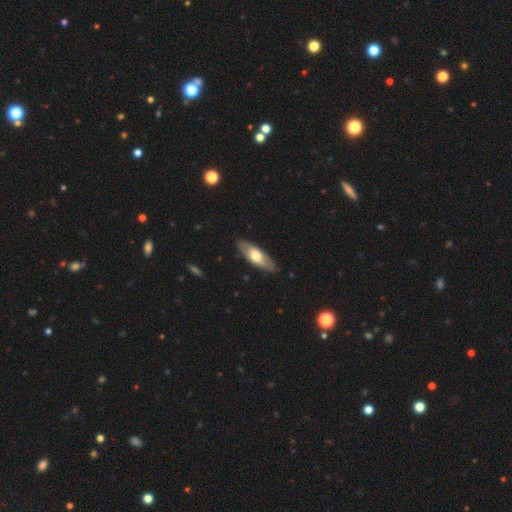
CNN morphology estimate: smooth-or-featured: smooth: 60% | featured or disk: 35% | star or artifact: 5%
  how-rounded: in between: 65% | cigar-shaped: 33% | round: 2%
  merging: none: 84% | minor disturbance: 12% | major disturbance: 2% | merger: 1%